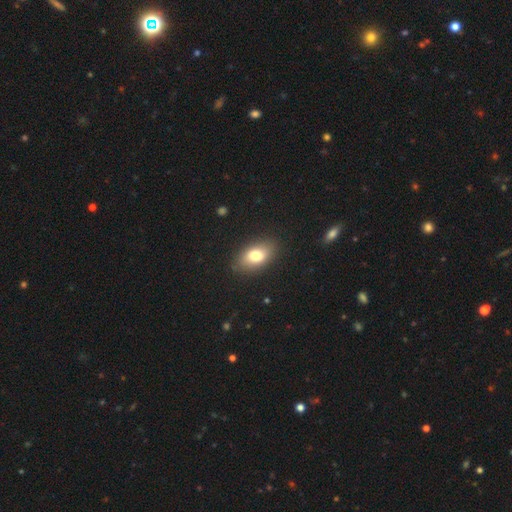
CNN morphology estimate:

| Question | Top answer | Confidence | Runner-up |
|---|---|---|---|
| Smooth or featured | smooth | 77% | featured or disk (14%) |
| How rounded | in between | 89% | round (9%) |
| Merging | none | 86% | minor disturbance (10%) |